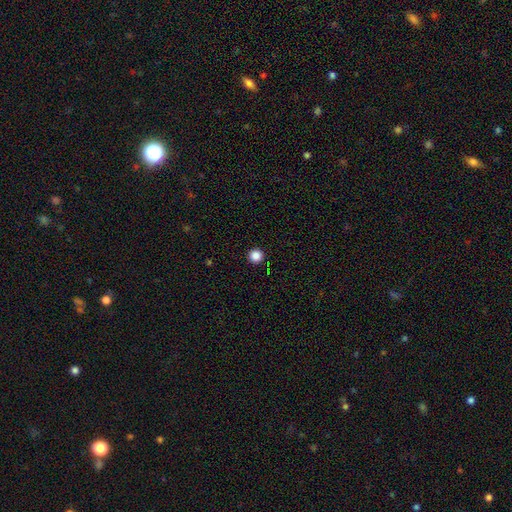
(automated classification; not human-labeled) A smooth galaxy with no disk features (86%) that is round (96%).

Vote fractions:
- Smooth or featured? smooth: 86% / star or artifact: 11% / featured or disk: 3%
- How rounded? round: 96% / in between: 3% / cigar-shaped: 1%
- Merging? none: 94% / minor disturbance: 4% / major disturbance: 1% / merger: 1%